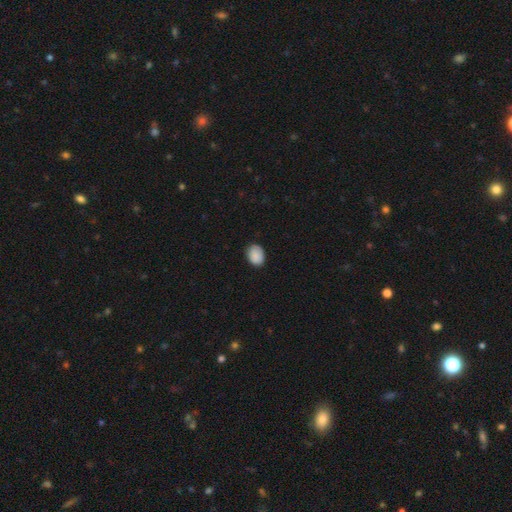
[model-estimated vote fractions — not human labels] Smooth or featured? smooth (89%)
How rounded? in between (63%)
Merging? none (83%)